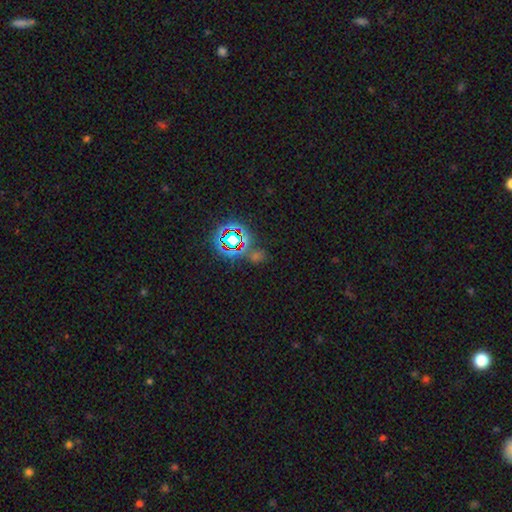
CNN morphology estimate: Smooth or featured? Predicted: star or artifact (p=0.66).